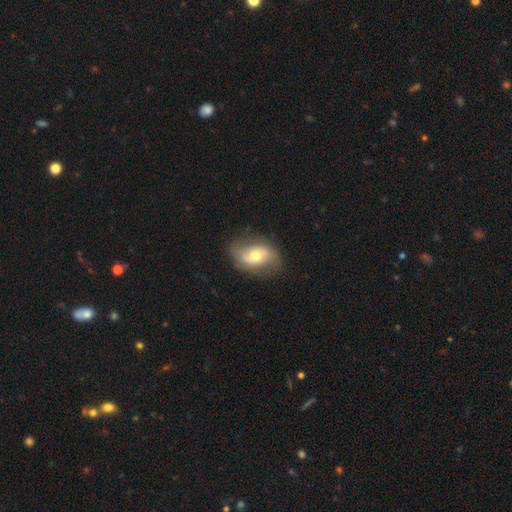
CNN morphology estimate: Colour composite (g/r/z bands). It shows a featured or disk galaxy (60%) with no bar (50%), spiral arms (74%) and a moderate central bulge (70%). Merging: none (77%).